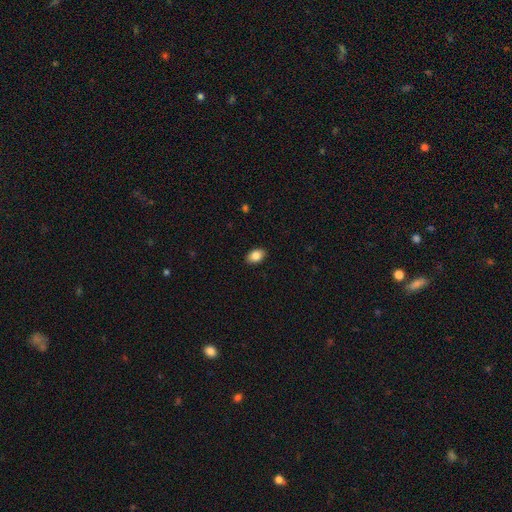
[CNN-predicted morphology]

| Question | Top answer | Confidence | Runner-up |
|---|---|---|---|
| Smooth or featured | smooth | 86% | star or artifact (8%) |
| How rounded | in between | 86% | round (12%) |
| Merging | none | 89% | minor disturbance (8%) |